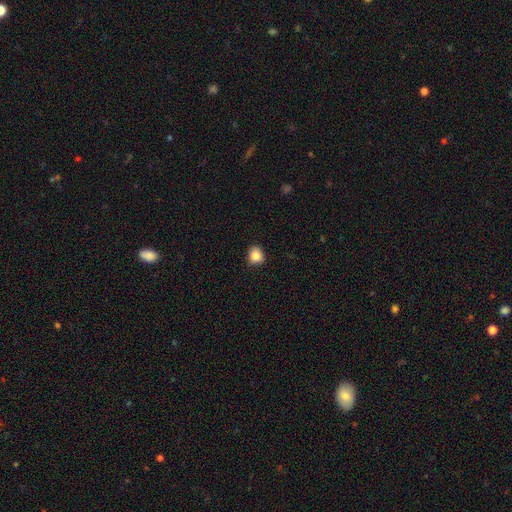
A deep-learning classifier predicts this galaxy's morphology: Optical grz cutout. It shows a smooth galaxy with no disk features (86%) that is round (73%). Merging: none (87%).